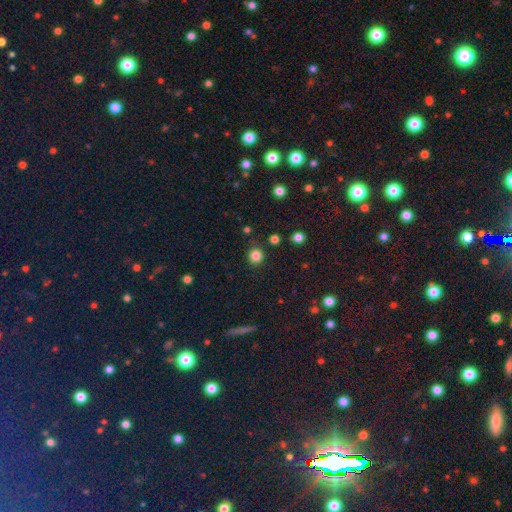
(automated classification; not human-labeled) The model was most divided on "smooth or featured": smooth: 83%, star or artifact: 13%, featured or disk: 4%. More confident: how rounded — round (93%); merging — none (89%).